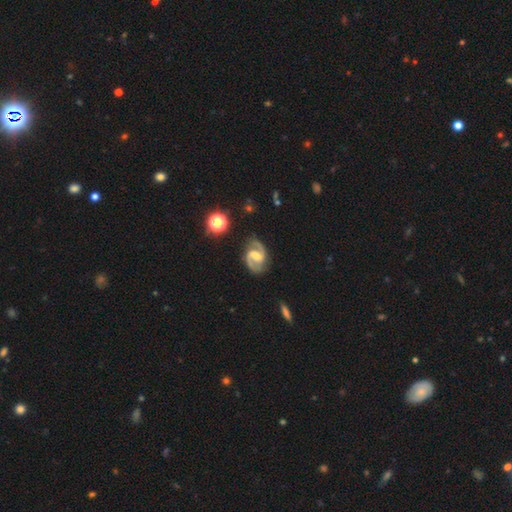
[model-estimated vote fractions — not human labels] Morphology: type=featured or disk (90%); edge-on=no (98%); bar=weak (51%); spiral arms=yes (97%); winding=medium (61%); arm count=2 (94%); bulge=moderate (47%); merging=none (81%).